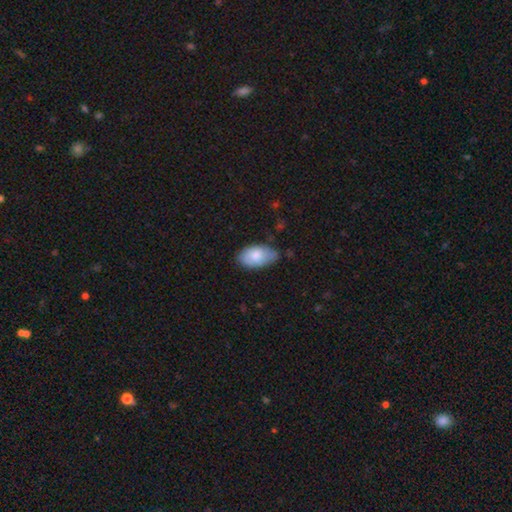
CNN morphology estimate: type=smooth (74%); roundness=in between (95%); merging=none (64%).